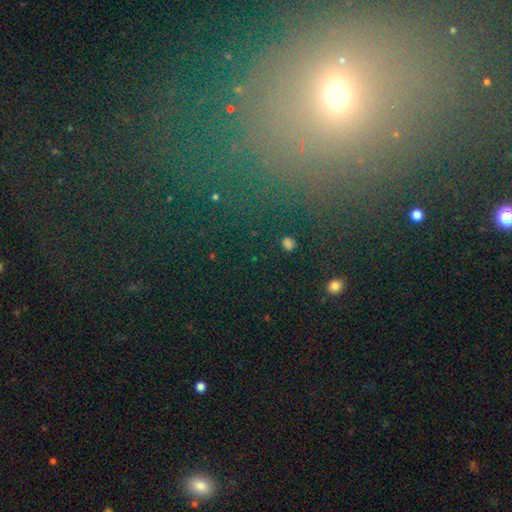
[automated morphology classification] smooth-or-featured: star or artifact: 51% | smooth: 34% | featured or disk: 15%